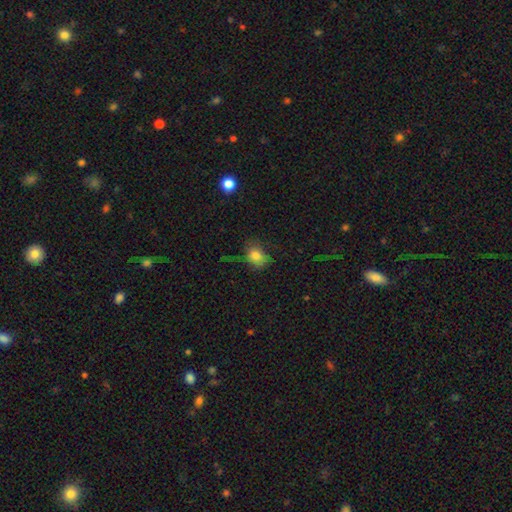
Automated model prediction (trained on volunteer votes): smooth 79%, star or artifact 12%, featured or disk 9%. Down the decision tree: how rounded — in between (50%); merging — none (64%).